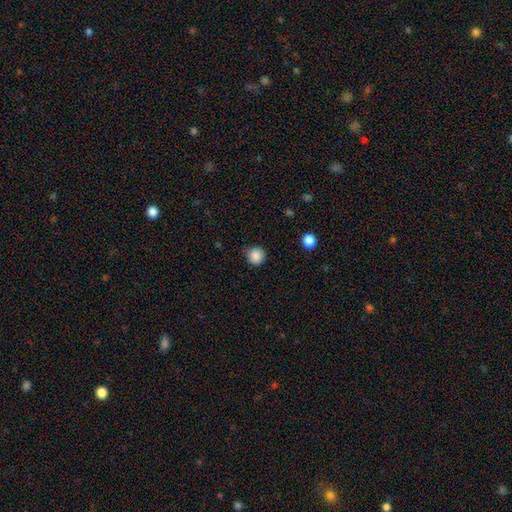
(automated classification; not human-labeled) smooth_or_featured: smooth (p=0.87) [alt: star or artifact p=0.10]
how_rounded: round (p=0.94) [alt: in between p=0.05]
merging: none (p=0.83) [alt: minor disturbance p=0.13]